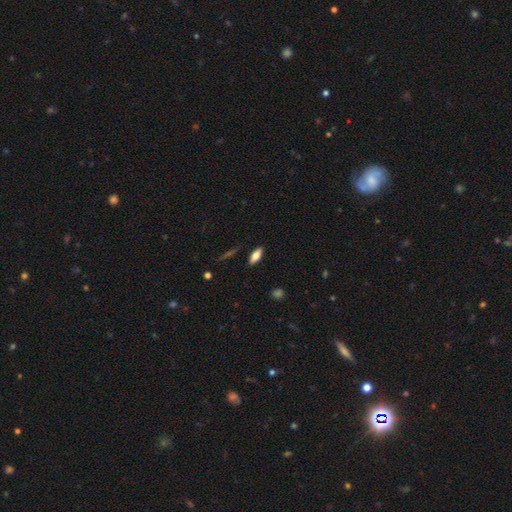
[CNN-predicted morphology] This appears to be a smooth galaxy with no disk features (69%) that is in between round and cigar-shaped (76%). Merging: none (87%).